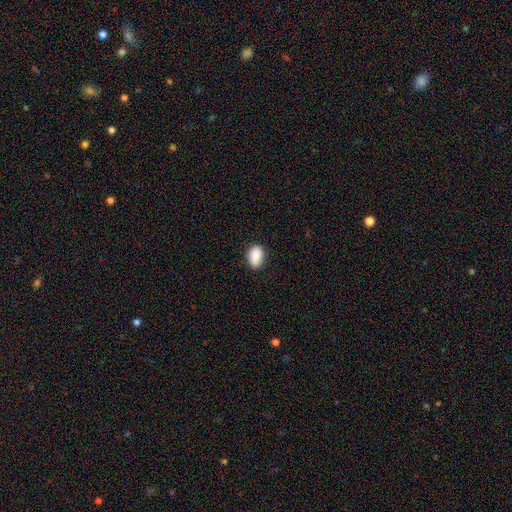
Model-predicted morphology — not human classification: Smooth or featured: smooth — 87% (star or artifact — 7%)
How rounded: in between — 82% (round — 16%)
Merging: none — 80% (minor disturbance — 16%)